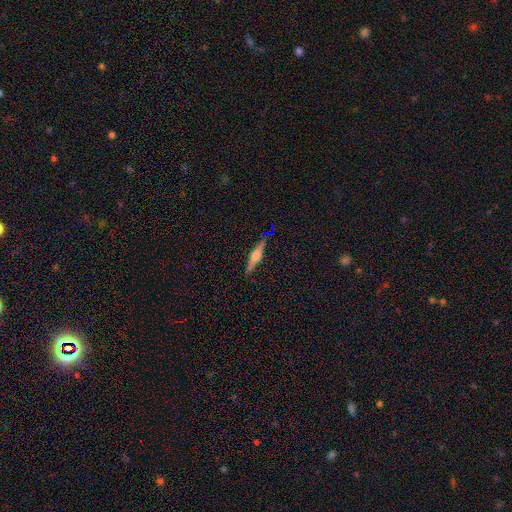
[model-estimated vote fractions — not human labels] This appears to be a featured or disk galaxy (66%) viewed edge-on (97%) with a rounded central bulge (85%). Merging: none (88%).